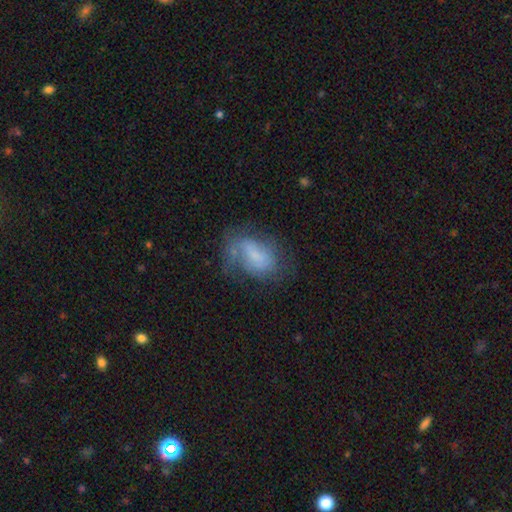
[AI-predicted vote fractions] Smooth or featured? Predicted: featured or disk (p=0.46). Merging? Predicted: none (p=0.41).